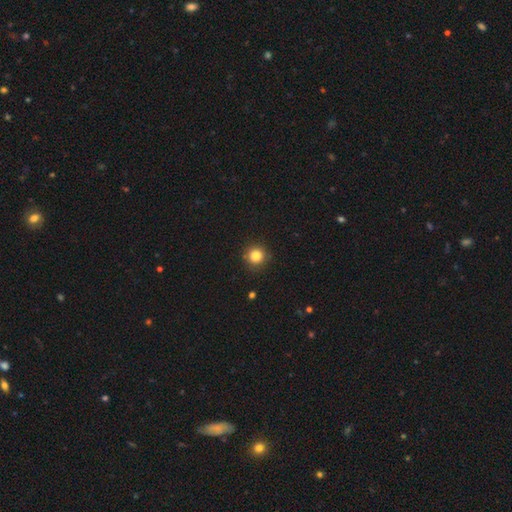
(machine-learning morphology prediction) A smooth galaxy with no disk features (84%) that is round (94%).

Vote fractions:
- Smooth or featured? smooth: 84% / star or artifact: 12% / featured or disk: 5%
- How rounded? round: 94% / in between: 5% / cigar-shaped: 1%
- Merging? none: 89% / minor disturbance: 7% / major disturbance: 2% / merger: 1%